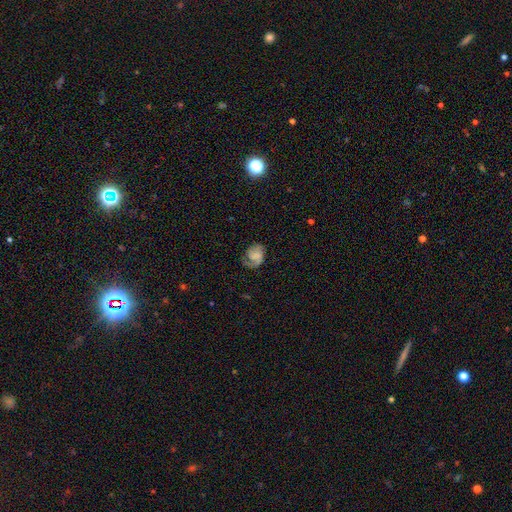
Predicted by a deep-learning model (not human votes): Overall: featured or disk (57%; smooth 34%). Edge-on disk: no (98%). Bar: no (52%; weak 37%). Spiral arms: yes (88%). Bulge size: none (49%; small 27%). Merging: none (55%; minor disturbance 25%).